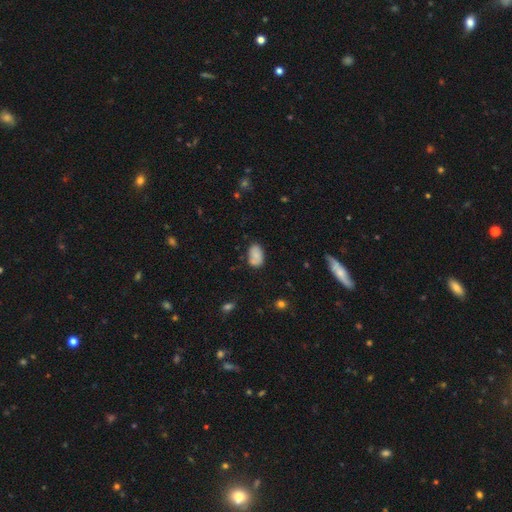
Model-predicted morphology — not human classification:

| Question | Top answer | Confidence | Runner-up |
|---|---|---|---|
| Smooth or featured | smooth | 81% | featured or disk (10%) |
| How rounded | in between | 90% | round (8%) |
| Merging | none | 66% | minor disturbance (21%) |